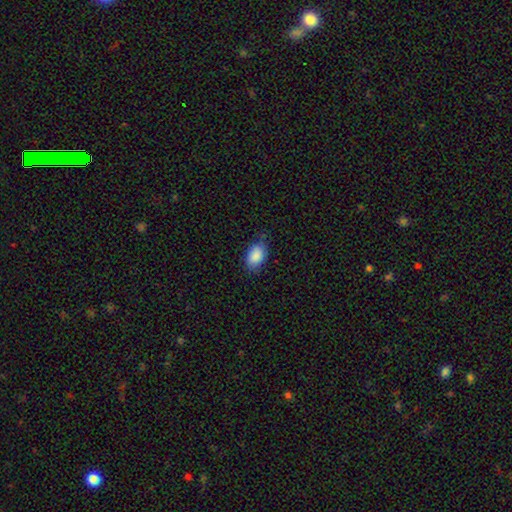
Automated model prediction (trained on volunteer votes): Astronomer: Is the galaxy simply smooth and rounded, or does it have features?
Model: smooth — 88%.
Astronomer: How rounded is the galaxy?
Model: in between — 90%.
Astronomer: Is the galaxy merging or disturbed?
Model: none — 74%.